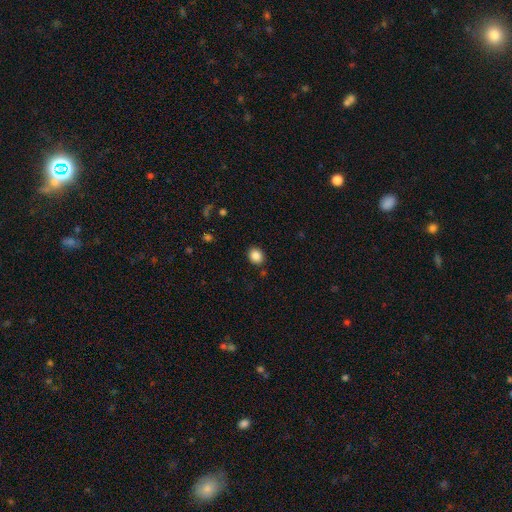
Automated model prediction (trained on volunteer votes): Smooth or featured: smooth — 86% (star or artifact — 10%)
How rounded: round — 67% (in between — 32%)
Merging: none — 88% (minor disturbance — 8%)